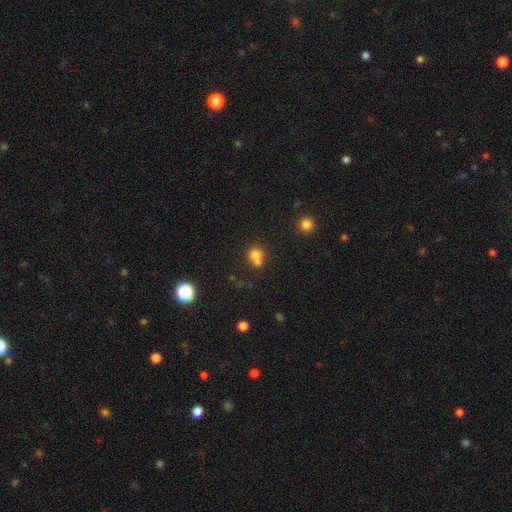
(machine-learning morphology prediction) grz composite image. It shows a smooth galaxy with no disk features (73%) that is round (73%). Merging: merger (49%).